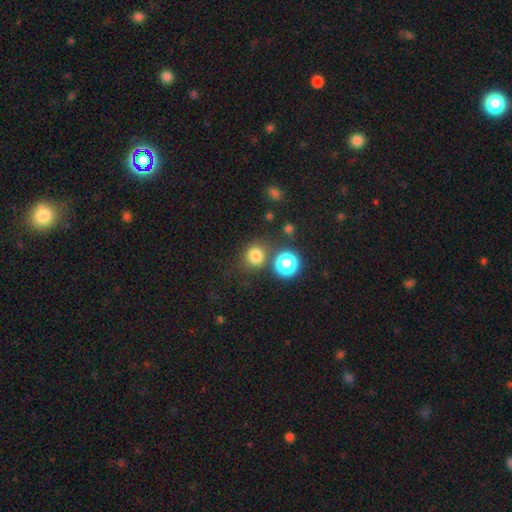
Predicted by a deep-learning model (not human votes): smooth_or_featured: smooth (p=0.77) [alt: star or artifact p=0.17]
how_rounded: round (p=0.85) [alt: in between p=0.14]
merging: none (p=0.77) [alt: minor disturbance p=0.10]